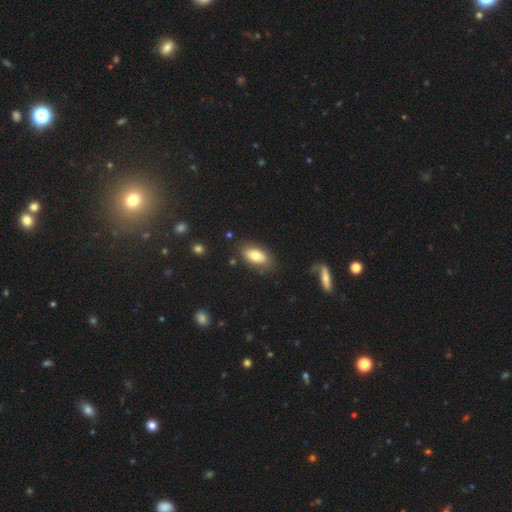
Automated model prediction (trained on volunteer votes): A smooth galaxy with no disk features (73%) that is in between round and cigar-shaped (92%). Merging: none (78%).